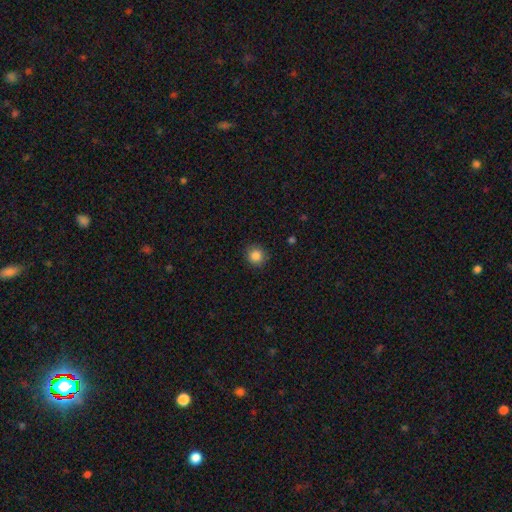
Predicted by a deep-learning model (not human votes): smooth-or-featured: smooth: 86% | star or artifact: 10% | featured or disk: 4%
  how-rounded: round: 92% | in between: 7% | cigar-shaped: 1%
  merging: none: 90% | minor disturbance: 7% | major disturbance: 2% | merger: 1%